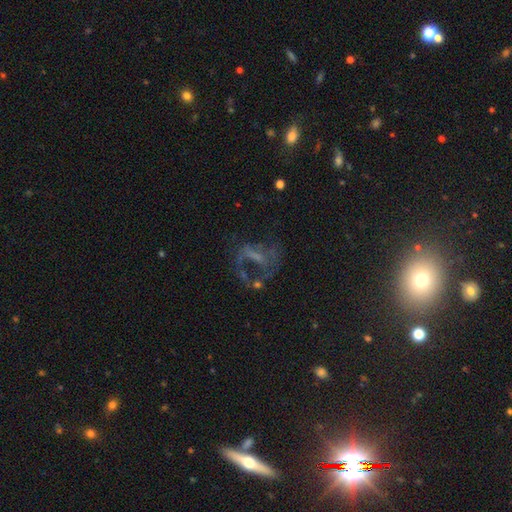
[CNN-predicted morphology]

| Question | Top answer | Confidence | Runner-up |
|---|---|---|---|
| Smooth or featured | featured or disk | 53% | star or artifact (29%) |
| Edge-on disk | no | 95% | yes (5%) |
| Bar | no | 50% | weak (32%) |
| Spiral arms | no | 52% | yes (48%) |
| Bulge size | none | 55% | small (26%) |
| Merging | major disturbance | 42% | none (36%) |